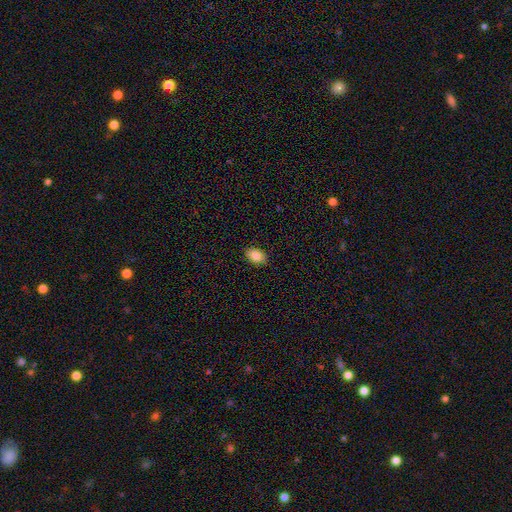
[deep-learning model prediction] Overall: smooth (87%). How rounded: in between (85%). Merging: none (87%).